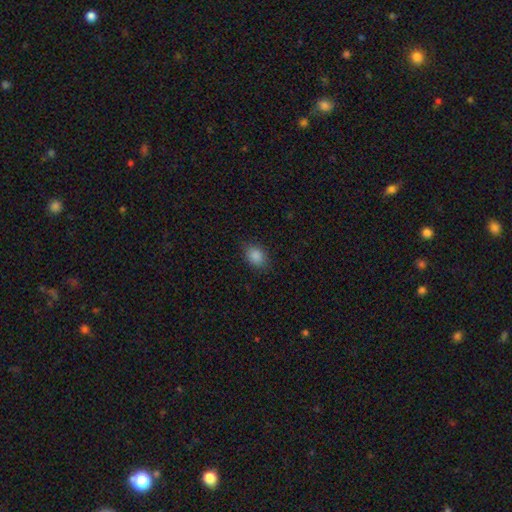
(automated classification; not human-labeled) The model was most divided on "how rounded": in between: 70%, round: 29%, cigar-shaped: 1%. More confident: smooth or featured — smooth (86%); merging — none (82%).